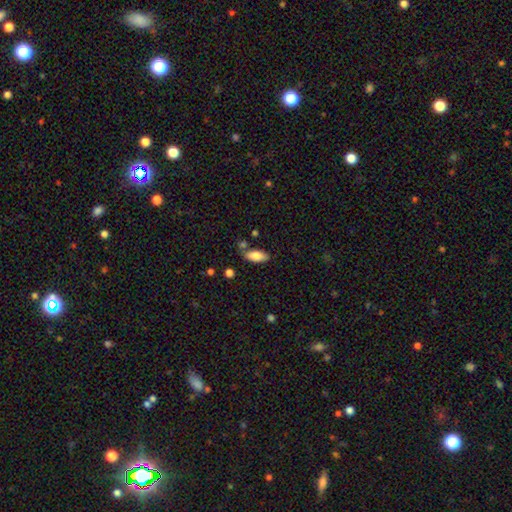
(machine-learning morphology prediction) This is likely a smooth galaxy (80%). How rounded: clearly in between (85%). Merging: likely none (75%).